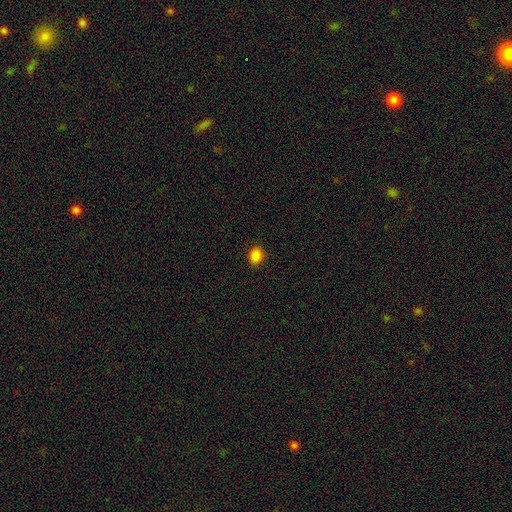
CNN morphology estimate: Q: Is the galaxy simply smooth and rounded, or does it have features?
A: smooth — 85%.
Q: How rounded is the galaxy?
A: round — 52%.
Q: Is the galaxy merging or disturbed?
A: none — 90%.